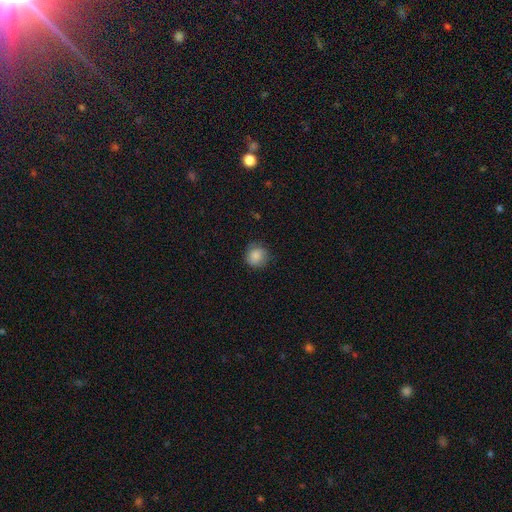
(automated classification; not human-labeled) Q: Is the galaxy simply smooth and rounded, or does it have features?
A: smooth — 84%.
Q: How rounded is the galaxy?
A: round — 89%.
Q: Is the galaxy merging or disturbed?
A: none — 78%.